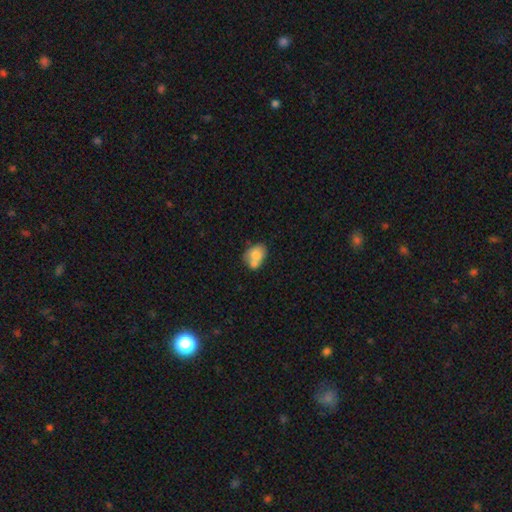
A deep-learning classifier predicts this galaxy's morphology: This appears to be a smooth galaxy with no disk features (71%) that is in between round and cigar-shaped (62%). Merging: merger (45%).